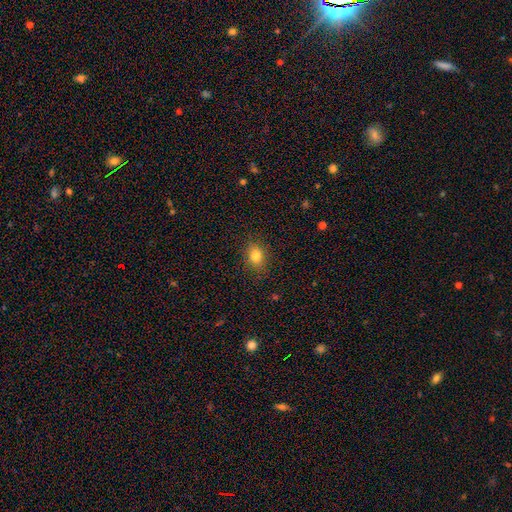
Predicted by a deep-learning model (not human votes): smooth-or-featured: smooth: 80% | star or artifact: 12% | featured or disk: 8%
  how-rounded: in between: 58% | round: 40% | cigar-shaped: 2%
  merging: none: 86% | minor disturbance: 10% | major disturbance: 3% | merger: 1%